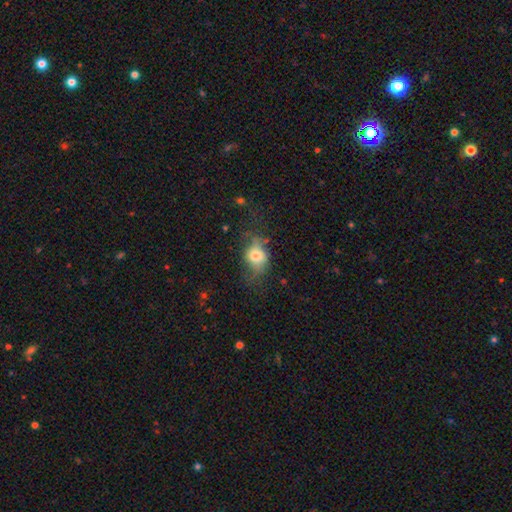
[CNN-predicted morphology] This is likely a smooth galaxy (70%). How rounded: likely in between (63%). Merging: possibly none (48%).